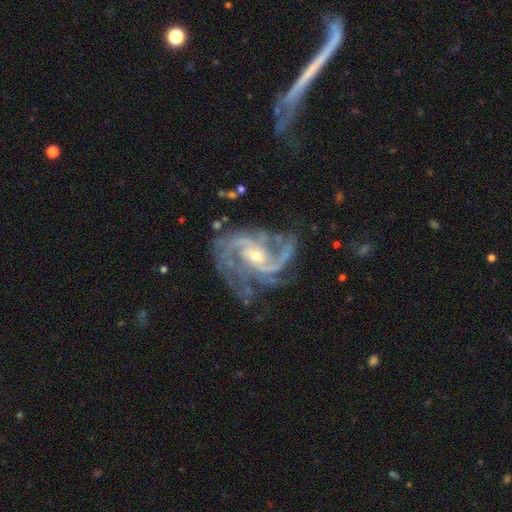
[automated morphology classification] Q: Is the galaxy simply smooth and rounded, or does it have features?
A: featured or disk — 93%.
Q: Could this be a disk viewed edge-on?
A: no — 98%.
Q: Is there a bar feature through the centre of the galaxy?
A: no — 52%.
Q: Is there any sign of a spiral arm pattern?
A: yes — 99%.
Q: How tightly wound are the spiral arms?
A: medium — 56%.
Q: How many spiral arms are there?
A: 2 — 46%.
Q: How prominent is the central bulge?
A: small — 61%.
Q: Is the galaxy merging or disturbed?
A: none — 64%.